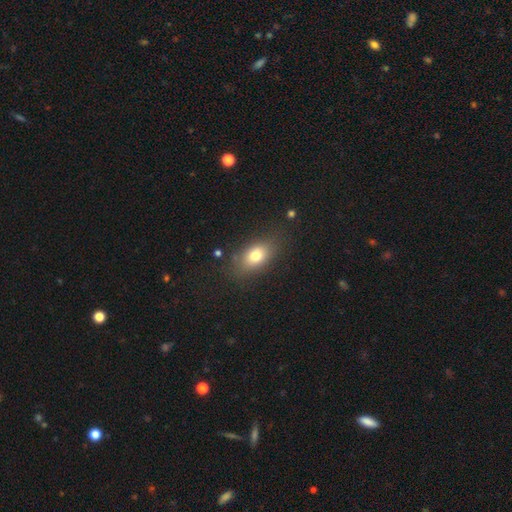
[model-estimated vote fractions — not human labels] A smooth galaxy with no disk features (74%) that is in between round and cigar-shaped (79%).

Vote fractions:
- Smooth or featured? smooth: 74% / featured or disk: 15% / star or artifact: 11%
- How rounded? in between: 79% / round: 18% / cigar-shaped: 3%
- Merging? none: 78% / minor disturbance: 14% / major disturbance: 6% / merger: 2%